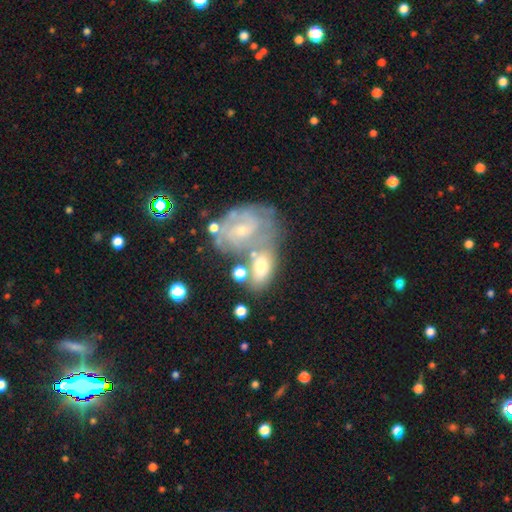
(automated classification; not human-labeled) smooth-or-featured: featured or disk: 43% | star or artifact: 36% | smooth: 21%
  merging: none: 46% | merger: 29% | minor disturbance: 14% | major disturbance: 12%